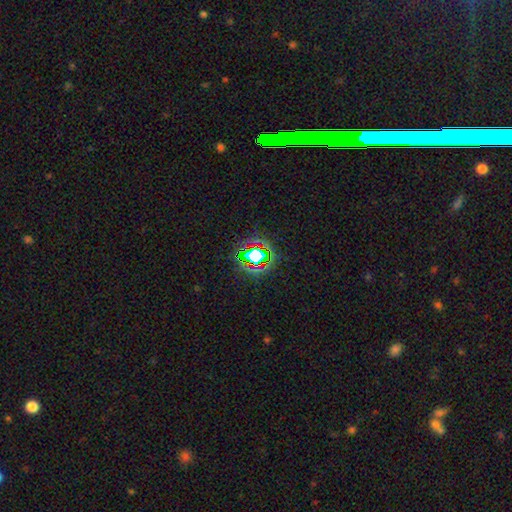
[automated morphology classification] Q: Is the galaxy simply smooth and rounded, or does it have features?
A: star or artifact — 63%.